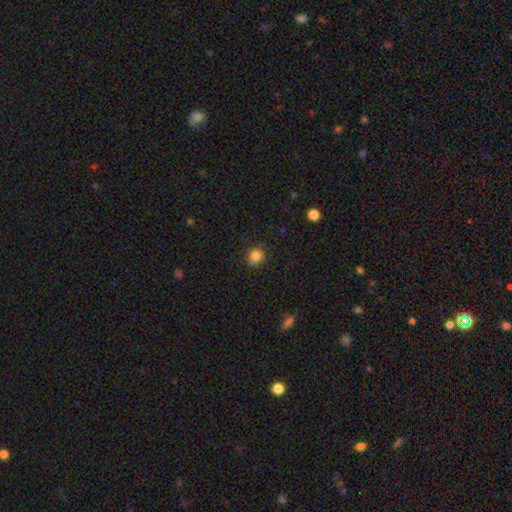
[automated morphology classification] smooth-or-featured: smooth: 83% | star or artifact: 12% | featured or disk: 5%
  how-rounded: round: 74% | in between: 25% | cigar-shaped: 1%
  merging: none: 77% | minor disturbance: 17% | major disturbance: 4% | merger: 2%